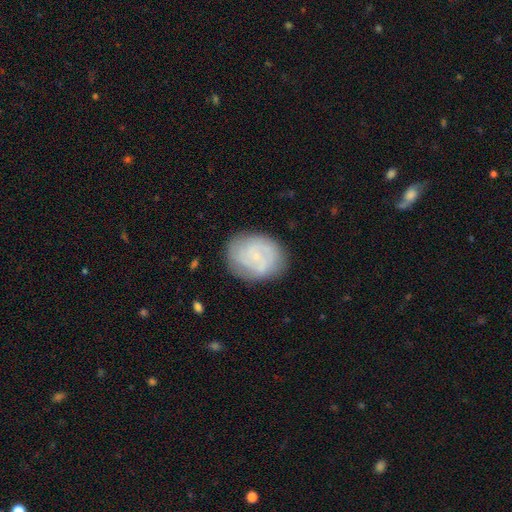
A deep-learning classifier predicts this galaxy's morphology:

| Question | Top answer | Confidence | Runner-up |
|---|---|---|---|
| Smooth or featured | featured or disk | 57% | smooth (35%) |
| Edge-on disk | no | 98% | yes (2%) |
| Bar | no | 62% | weak (32%) |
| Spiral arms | yes | 86% | no (14%) |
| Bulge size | small | 62% | none (25%) |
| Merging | none | 79% | minor disturbance (15%) |